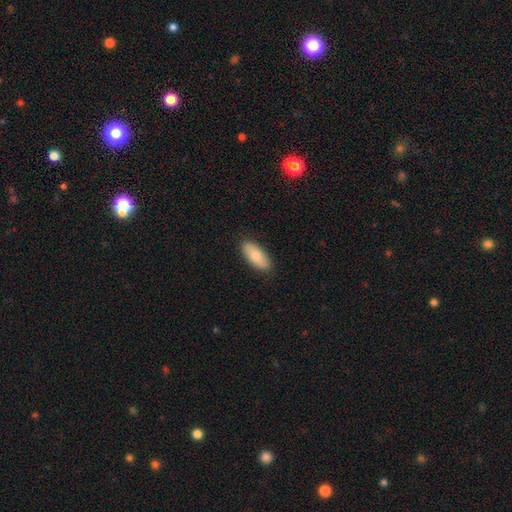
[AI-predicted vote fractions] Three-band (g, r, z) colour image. It shows a smooth galaxy with no disk features (80%) that is in between round and cigar-shaped (87%). Merging: none (87%).